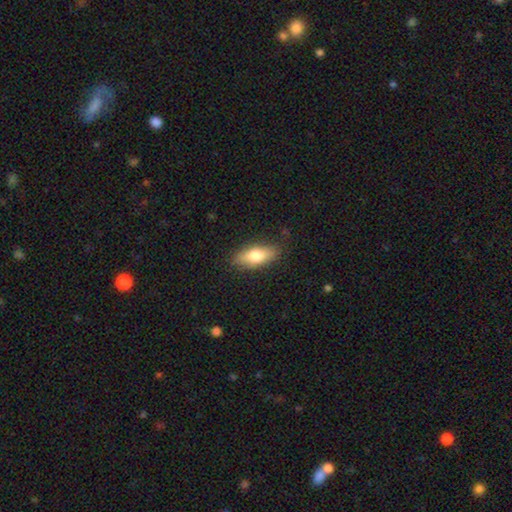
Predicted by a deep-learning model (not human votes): Smooth or featured?
  - smooth: 72% *
  - featured or disk: 21%
  - star or artifact: 7%
How rounded?
  - in between: 76% *
  - cigar-shaped: 20%
  - round: 4%
Merging?
  - none: 84% *
  - minor disturbance: 12%
  - major disturbance: 3%
  - merger: 1%